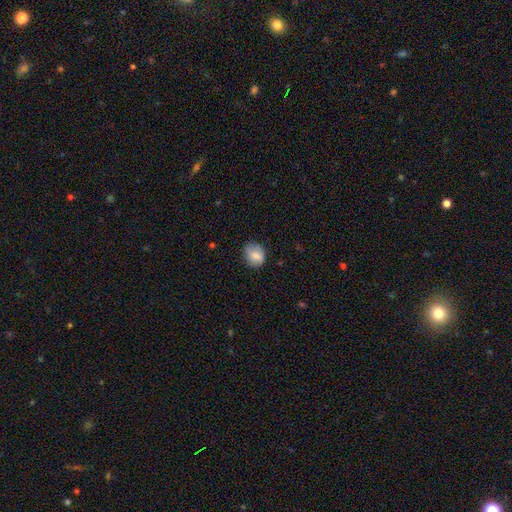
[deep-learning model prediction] Q: Smooth or featured?
A: smooth (80%); runner-up: featured or disk (12%)
Q: How rounded?
A: round (58%); runner-up: in between (41%)
Q: Merging?
A: none (72%); runner-up: minor disturbance (21%)